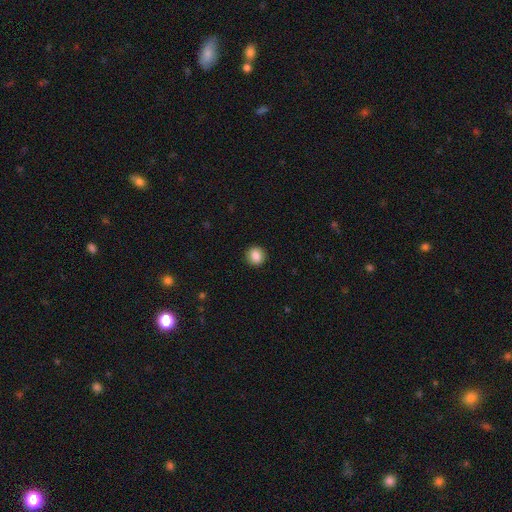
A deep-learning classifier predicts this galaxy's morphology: The model was most divided on "how rounded": round: 86%, in between: 13%, cigar-shaped: 1%. More confident: merging — none (92%); smooth or featured — smooth (86%).